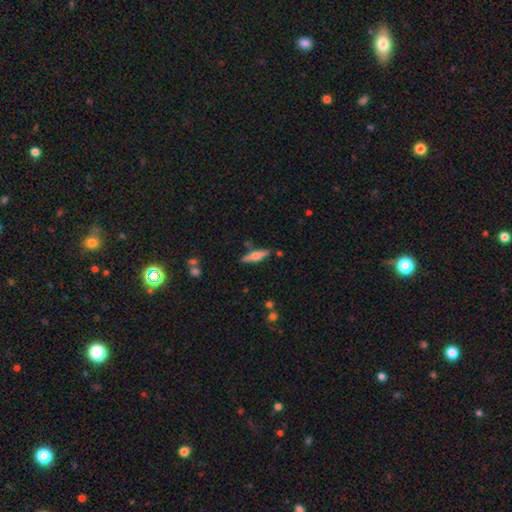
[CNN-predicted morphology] type=featured or disk (50%); edge-on=yes (94%); merging=none (83%).